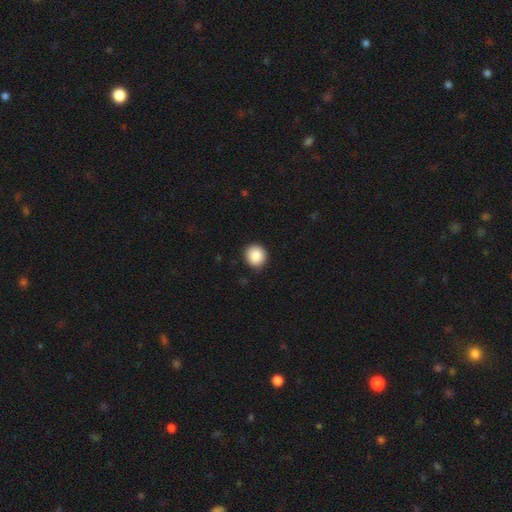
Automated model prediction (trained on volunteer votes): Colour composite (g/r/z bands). It shows a smooth galaxy with no disk features (88%) that is round (87%). Merging: none (88%).